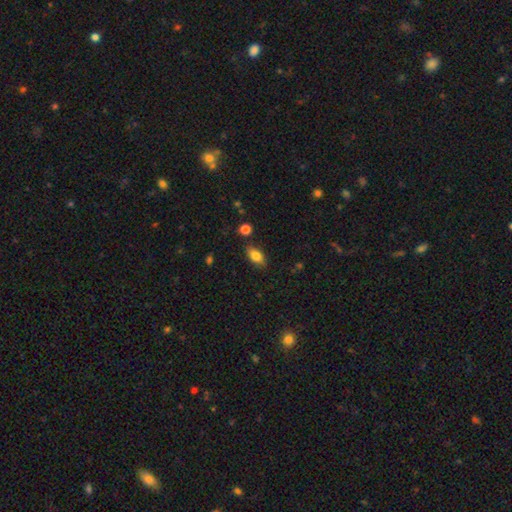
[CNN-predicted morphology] Smooth or featured? Predicted: smooth (p=0.82). How rounded? Predicted: in between (p=0.88). Merging? Predicted: none (p=0.82).